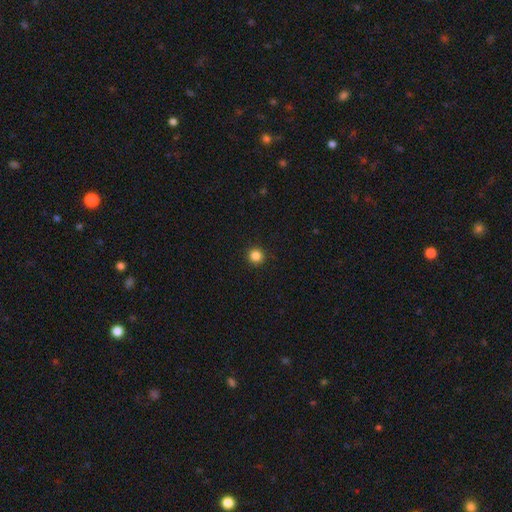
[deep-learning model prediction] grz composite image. It shows a smooth galaxy with no disk features (85%) that is round (95%). Merging: none (93%).